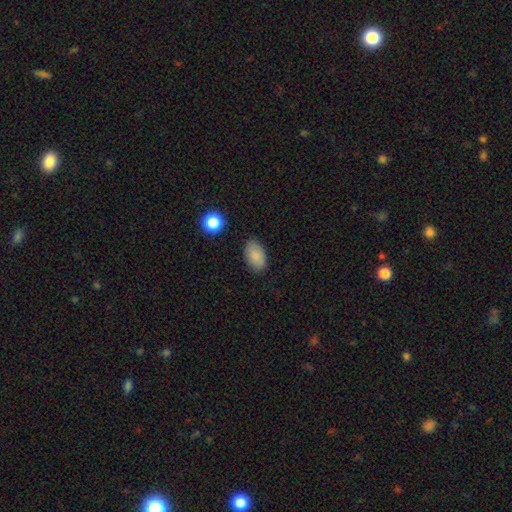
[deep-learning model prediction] Q: Smooth or featured?
A: smooth (86%); runner-up: star or artifact (8%)
Q: How rounded?
A: in between (91%); runner-up: round (7%)
Q: Merging?
A: none (82%); runner-up: minor disturbance (13%)